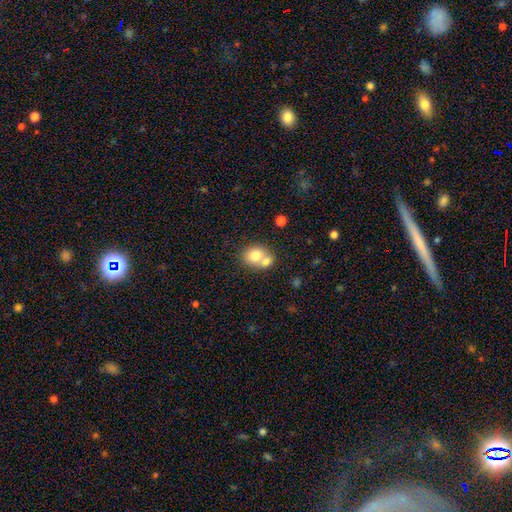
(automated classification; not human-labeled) Smooth or featured? Predicted: smooth (p=0.75). How rounded? Predicted: round (p=0.61). Merging? Predicted: merger (p=0.55).